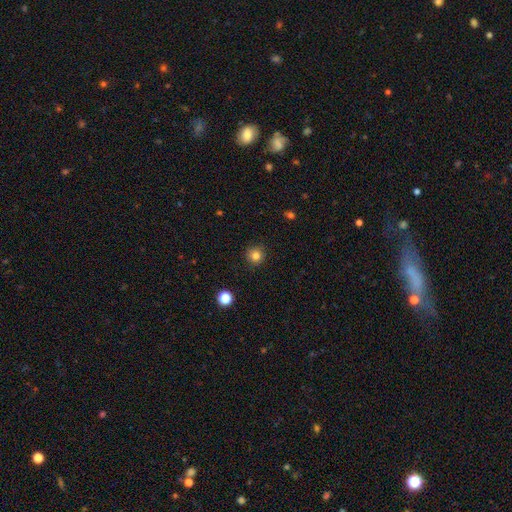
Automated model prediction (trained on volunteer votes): Smooth or featured: smooth — 82% (star or artifact — 13%)
How rounded: round — 94% (in between — 5%)
Merging: none — 90% (minor disturbance — 7%)